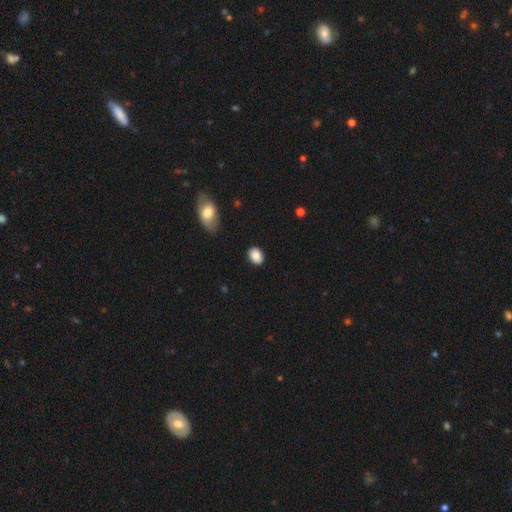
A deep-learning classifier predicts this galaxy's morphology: Smooth or featured: smooth — 87% (star or artifact — 8%)
How rounded: in between — 67% (round — 31%)
Merging: none — 82% (minor disturbance — 13%)